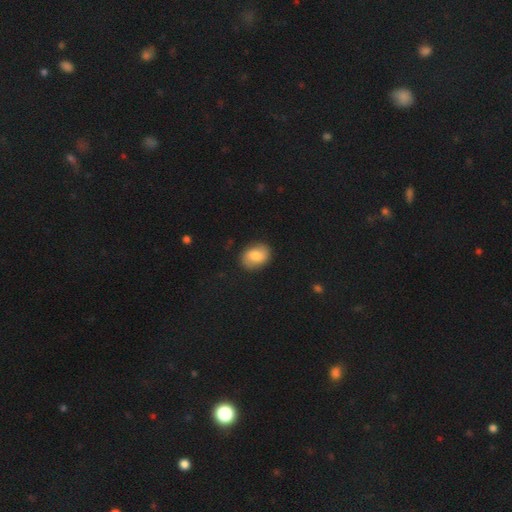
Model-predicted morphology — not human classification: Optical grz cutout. It shows a smooth galaxy with no disk features (65%) that is in between round and cigar-shaped (69%). Merging: none (85%).